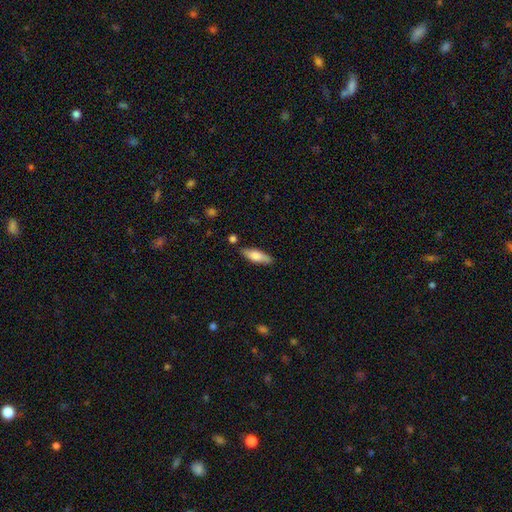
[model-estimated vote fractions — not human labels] A smooth galaxy with no disk features (71%) that is in between round and cigar-shaped (54%).

Vote fractions:
- Smooth or featured? smooth: 71% / featured or disk: 23% / star or artifact: 6%
- How rounded? in between: 54% / cigar-shaped: 44% / round: 2%
- Merging? none: 81% / minor disturbance: 13% / merger: 3% / major disturbance: 2%